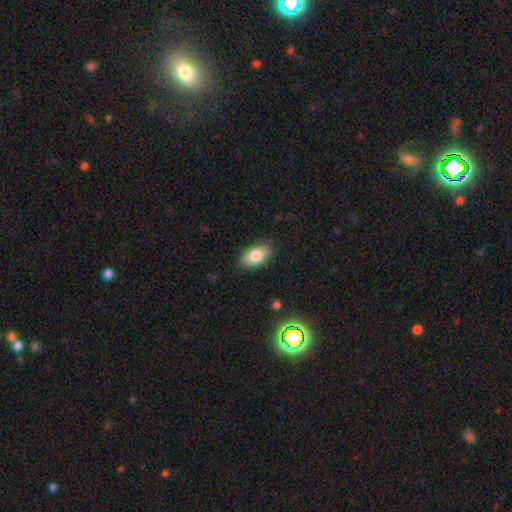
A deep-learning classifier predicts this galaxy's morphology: Smooth or featured?
  - smooth: 83% *
  - featured or disk: 10%
  - star or artifact: 7%
How rounded?
  - in between: 93% *
  - round: 5%
  - cigar-shaped: 2%
Merging?
  - none: 85% *
  - minor disturbance: 11%
  - major disturbance: 3%
  - merger: 1%